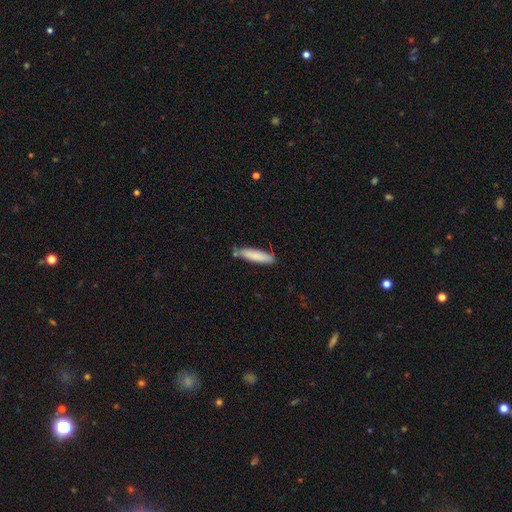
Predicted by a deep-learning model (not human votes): Smooth or featured?
  - smooth: 84% *
  - featured or disk: 10%
  - star or artifact: 6%
How rounded?
  - cigar-shaped: 77% *
  - in between: 22%
  - round: 1%
Merging?
  - none: 73% *
  - minor disturbance: 19%
  - merger: 5%
  - major disturbance: 3%